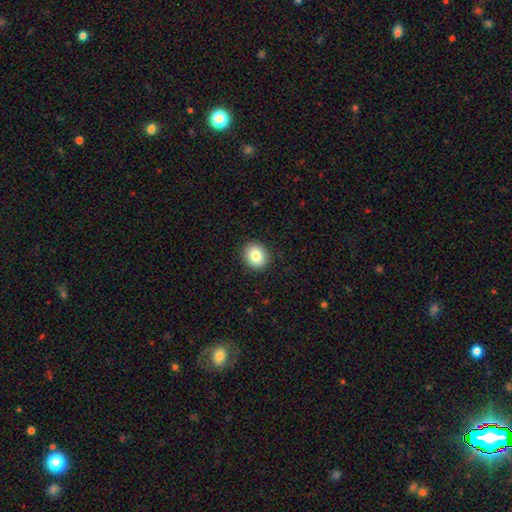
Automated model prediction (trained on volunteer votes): smooth-or-featured: smooth: 83% | star or artifact: 9% | featured or disk: 8%
  how-rounded: round: 72% | in between: 27% | cigar-shaped: 1%
  merging: none: 91% | minor disturbance: 7% | major disturbance: 2% | merger: 1%